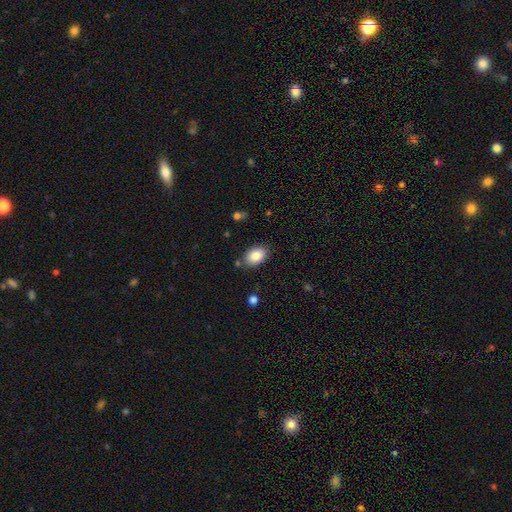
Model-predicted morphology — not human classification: smooth_or_featured: smooth (p=0.86) [alt: star or artifact p=0.07]
how_rounded: in between (p=0.88) [alt: round p=0.10]
merging: none (p=0.82) [alt: minor disturbance p=0.12]